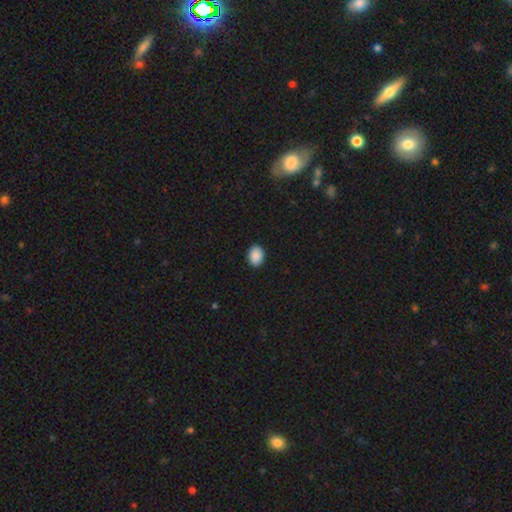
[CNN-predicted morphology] Q: Smooth or featured?
A: smooth (90%); runner-up: star or artifact (8%)
Q: How rounded?
A: in between (65%); runner-up: round (34%)
Q: Merging?
A: none (91%); runner-up: minor disturbance (7%)